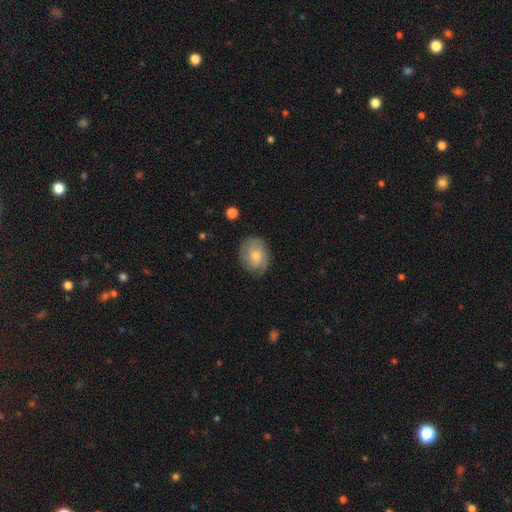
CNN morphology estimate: smooth_or_featured: featured or disk (p=0.50) [alt: smooth p=0.43]
disk_edge_on: no (p=0.97) [alt: yes p=0.03]
merging: none (p=0.72) [alt: minor disturbance p=0.20]